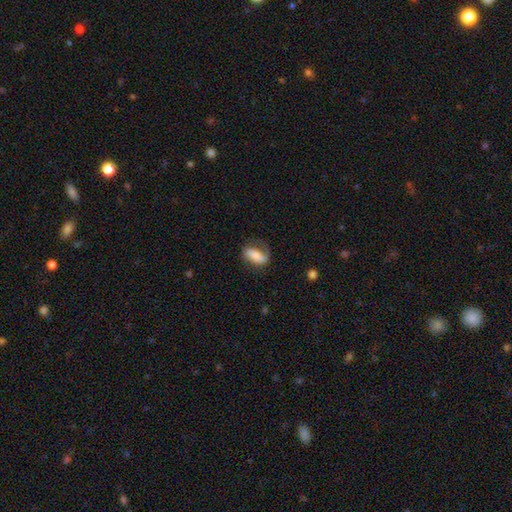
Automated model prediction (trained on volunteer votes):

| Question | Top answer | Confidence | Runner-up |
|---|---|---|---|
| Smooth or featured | smooth | 66% | featured or disk (27%) |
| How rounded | in between | 83% | cigar-shaped (13%) |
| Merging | none | 58% | minor disturbance (25%) |